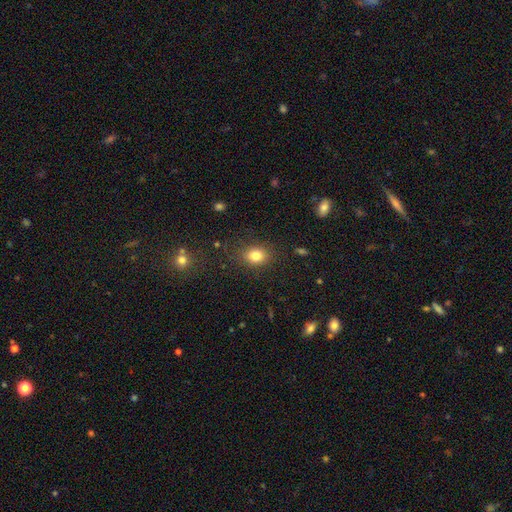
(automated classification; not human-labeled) Morphology: type=smooth (82%); roundness=in between (50%); merging=none (84%).